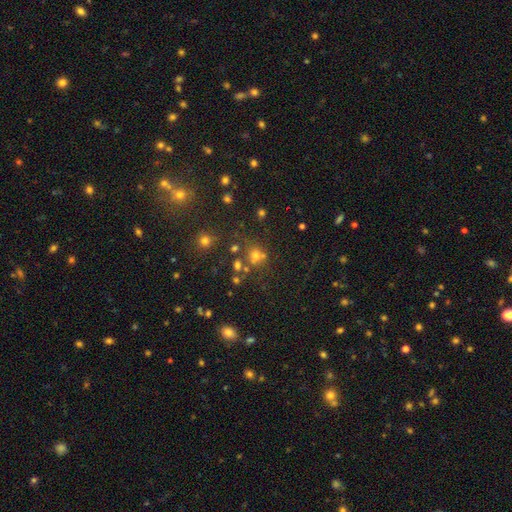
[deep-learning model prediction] This appears to be a smooth galaxy with no disk features (57%) that is round (82%). Merging: none (59%).